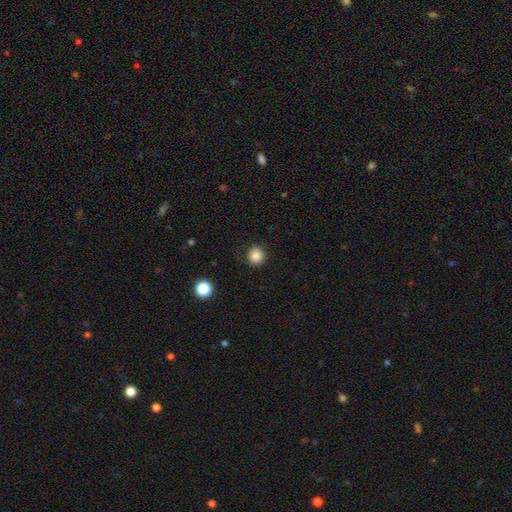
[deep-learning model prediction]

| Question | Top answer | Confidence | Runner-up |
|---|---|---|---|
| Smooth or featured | smooth | 85% | star or artifact (11%) |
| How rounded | round | 89% | in between (10%) |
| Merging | none | 87% | minor disturbance (9%) |